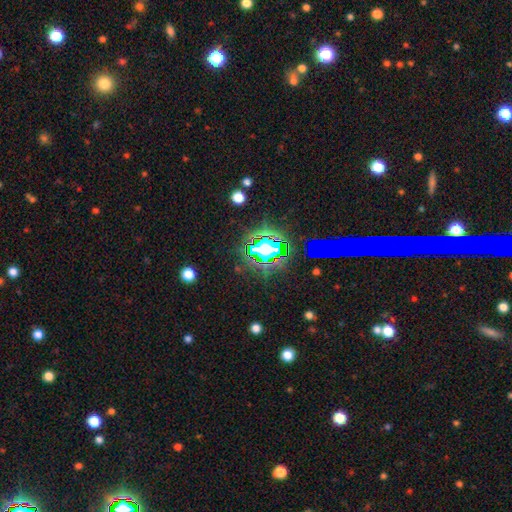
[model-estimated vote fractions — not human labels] A star or artifact, not a galaxy (75%).

Vote fractions:
- Smooth or featured? star or artifact: 75% / smooth: 13% / featured or disk: 12%